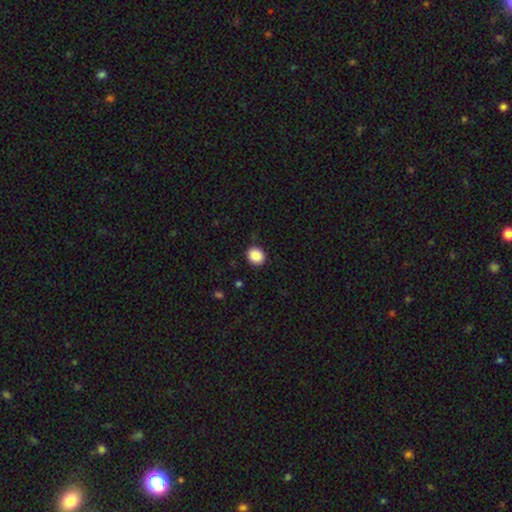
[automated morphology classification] smooth-or-featured: smooth: 89% | star or artifact: 9% | featured or disk: 3%
  how-rounded: round: 77% | in between: 22% | cigar-shaped: 1%
  merging: none: 89% | minor disturbance: 8% | major disturbance: 2% | merger: 1%